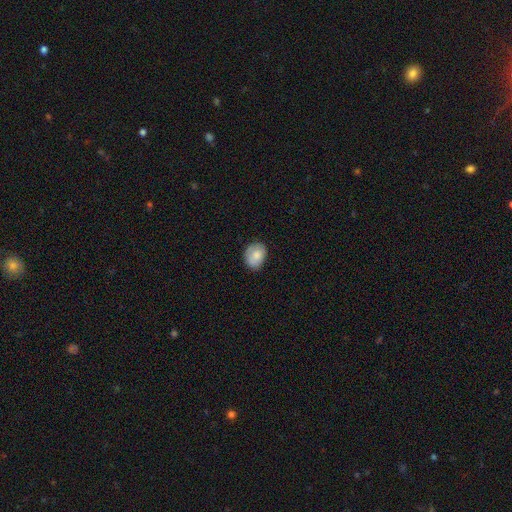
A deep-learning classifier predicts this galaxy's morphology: A smooth galaxy with no disk features (82%) that is in between round and cigar-shaped (61%). Merging: none (74%).